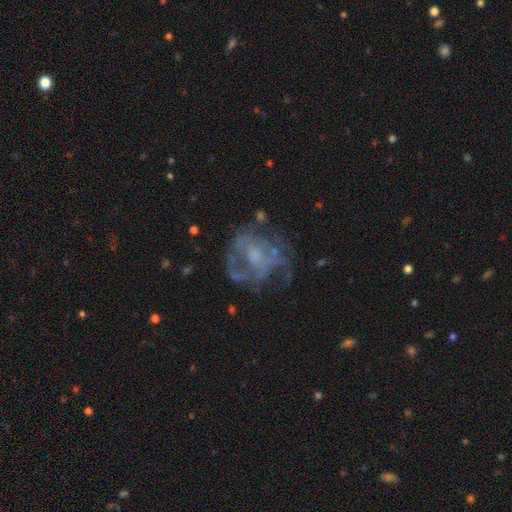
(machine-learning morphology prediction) The model was most divided on "bulge size" (2-way tie): moderate: 34%, small: 34%, none: 26%, large: 5%, dominant: 1%. More confident: edge-on disk — no (97%); bar — no (73%); smooth or featured — featured or disk (67%); merging — none (55%); spiral arms — no (53%).